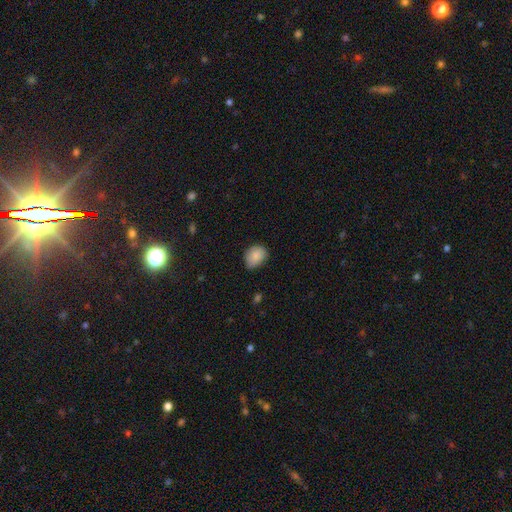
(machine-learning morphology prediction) smooth_or_featured: smooth (p=0.87) [alt: star or artifact p=0.08]
how_rounded: in between (p=0.60) [alt: round p=0.39]
merging: none (p=0.66) [alt: minor disturbance p=0.28]